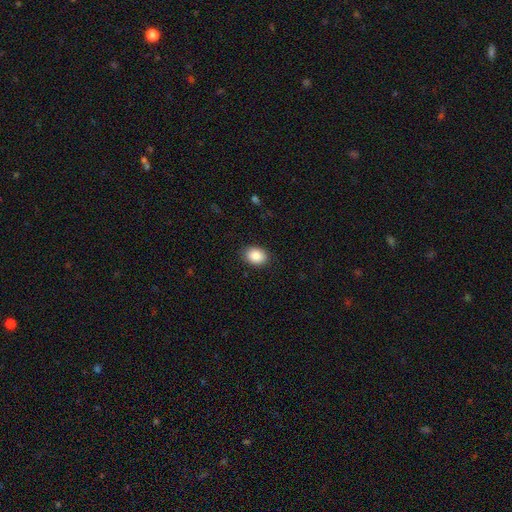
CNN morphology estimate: Smooth or featured: smooth — 87% (star or artifact — 8%)
How rounded: in between — 70% (round — 29%)
Merging: none — 87% (minor disturbance — 9%)